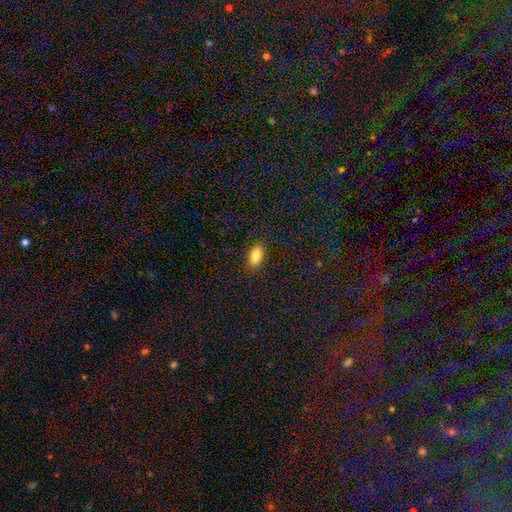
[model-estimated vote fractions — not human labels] Smooth or featured: smooth — 86% (star or artifact — 8%)
How rounded: in between — 90% (cigar-shaped — 7%)
Merging: none — 88% (minor disturbance — 9%)